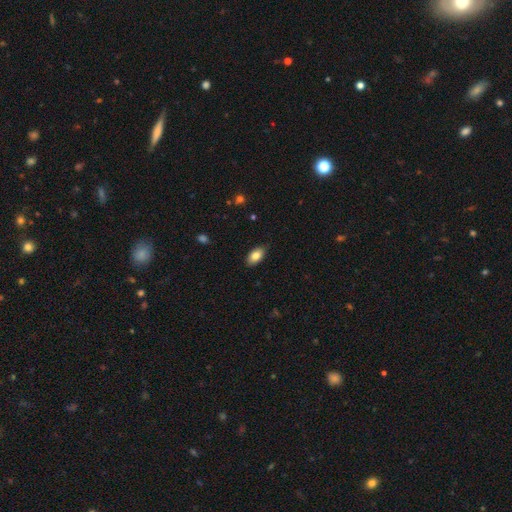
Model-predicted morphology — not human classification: Overall: smooth (83%). How rounded: in between (93%). Merging: none (86%).